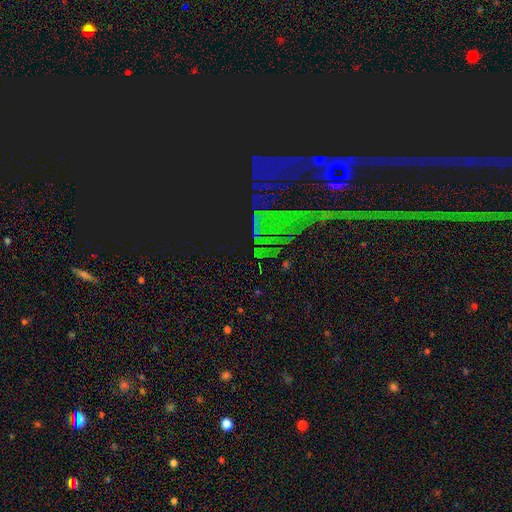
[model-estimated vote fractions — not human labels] Morphology: type=star or artifact (76%).